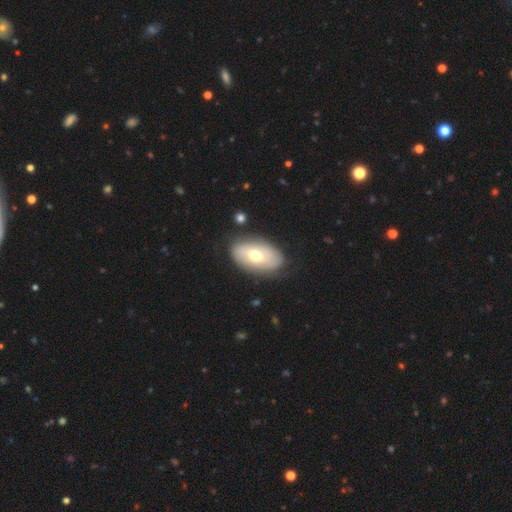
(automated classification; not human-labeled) featured or disk 51%, smooth 44%, star or artifact 6%. Down the decision tree: edge-on disk — no (92%); merging — none (78%).